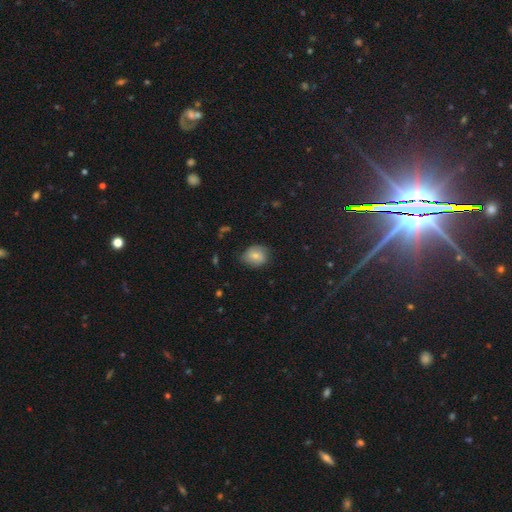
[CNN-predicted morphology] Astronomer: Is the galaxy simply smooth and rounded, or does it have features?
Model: smooth — 70%.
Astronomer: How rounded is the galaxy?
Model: round — 58% (runner-up: in between, 41%).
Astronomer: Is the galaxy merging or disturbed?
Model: none — 71%.